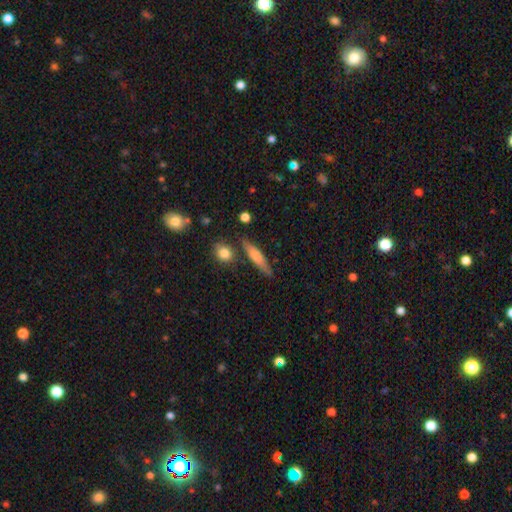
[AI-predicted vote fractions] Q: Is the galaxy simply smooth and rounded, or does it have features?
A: smooth — 64%.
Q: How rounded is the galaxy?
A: cigar-shaped — 79%.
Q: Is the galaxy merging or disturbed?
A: none — 77%.